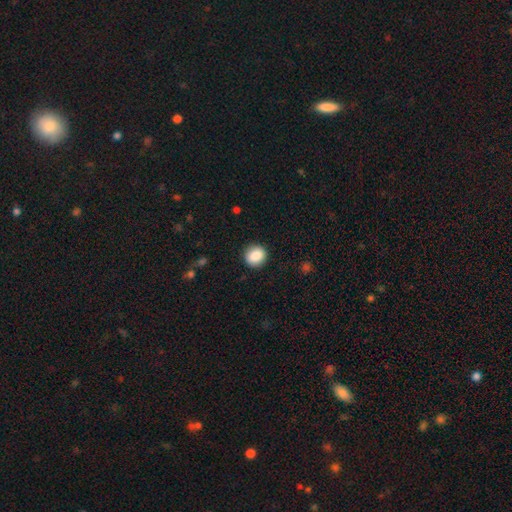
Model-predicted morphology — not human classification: The model was most divided on "how rounded": round: 85%, in between: 14%, cigar-shaped: 1%. More confident: merging — none (90%); smooth or featured — smooth (87%).